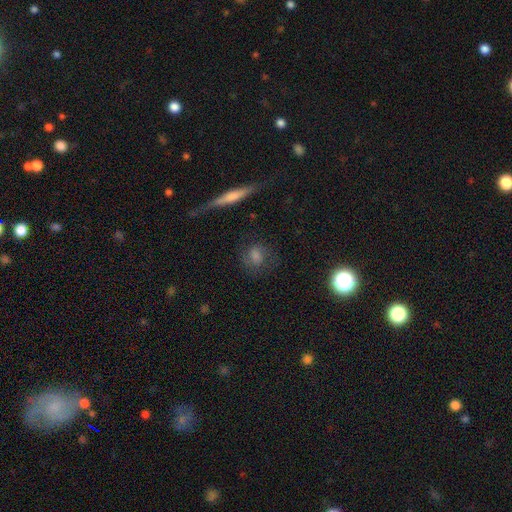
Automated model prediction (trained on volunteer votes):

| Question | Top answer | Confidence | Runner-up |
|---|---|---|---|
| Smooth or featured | smooth | 53% | featured or disk (29%) |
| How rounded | round | 55% | in between (37%) |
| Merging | none | 71% | minor disturbance (18%) |